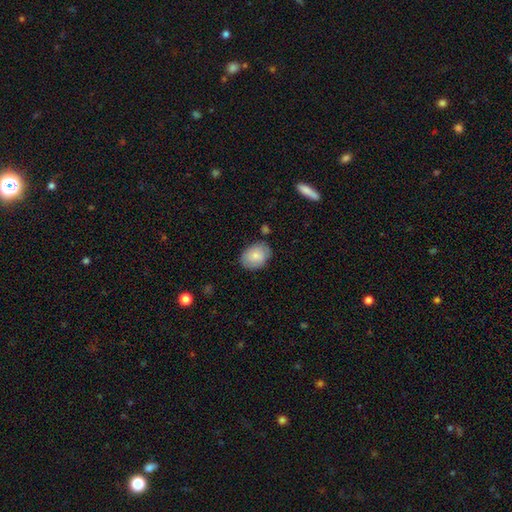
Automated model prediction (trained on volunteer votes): This appears to be a smooth galaxy with no disk features (81%) that is in between round and cigar-shaped (69%). Merging: none (77%).